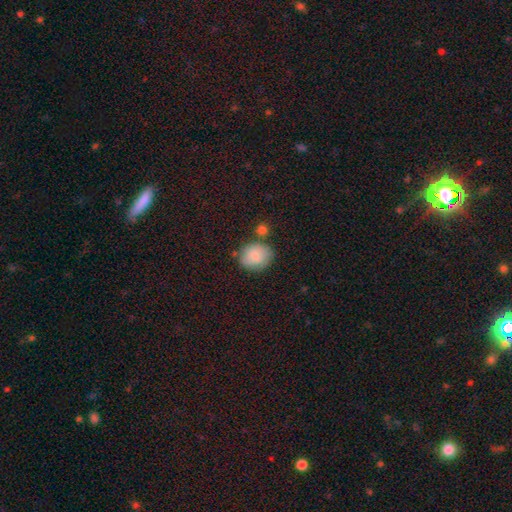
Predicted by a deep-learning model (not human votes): Q: Smooth or featured?
A: smooth (84%); runner-up: featured or disk (9%)
Q: How rounded?
A: round (57%); runner-up: in between (42%)
Q: Merging?
A: none (68%); runner-up: minor disturbance (18%)